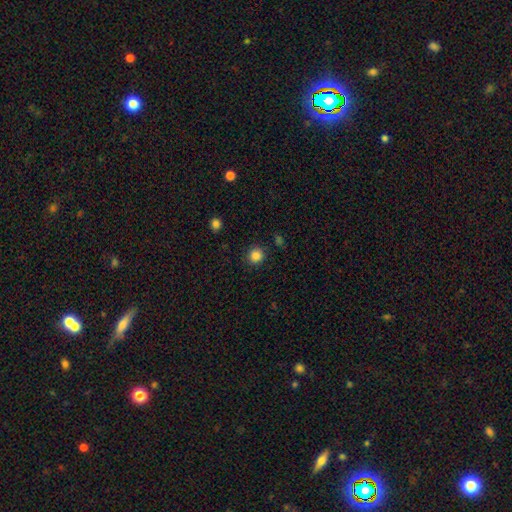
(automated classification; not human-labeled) smooth-or-featured: smooth: 85% | star or artifact: 12% | featured or disk: 4%
  how-rounded: round: 92% | in between: 7% | cigar-shaped: 1%
  merging: none: 89% | minor disturbance: 7% | major disturbance: 2% | merger: 2%